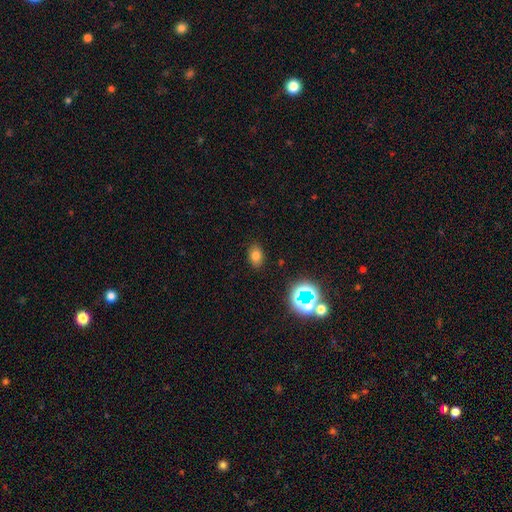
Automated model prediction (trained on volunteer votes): Smooth or featured? smooth (74%)
How rounded? in between (76%)
Merging? none (86%)